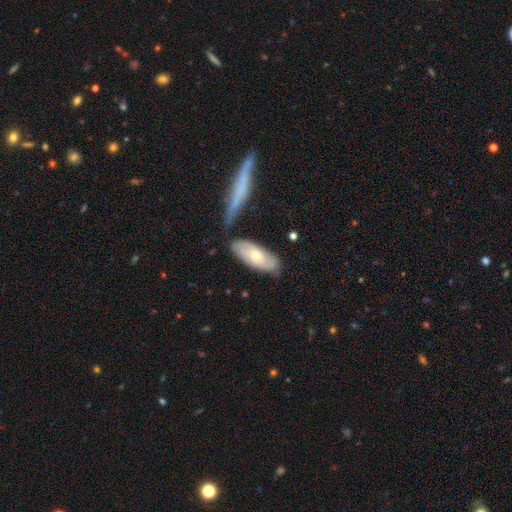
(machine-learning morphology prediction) Q: Smooth or featured?
A: smooth (48%); runner-up: featured or disk (47%)
Q: Merging?
A: none (71%); runner-up: minor disturbance (18%)